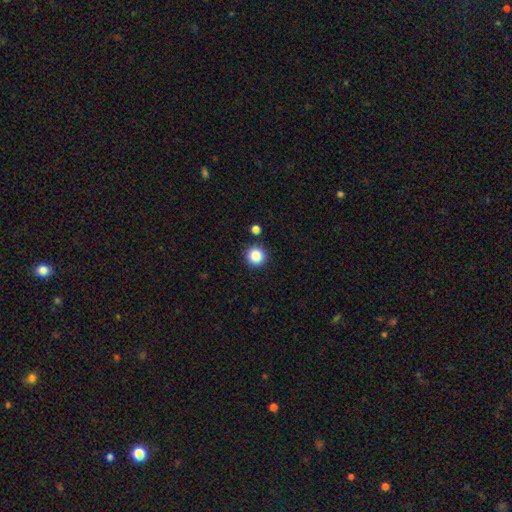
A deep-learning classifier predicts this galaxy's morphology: This appears to be a smooth galaxy with no disk features (86%) that is round (95%). Merging: none (88%).